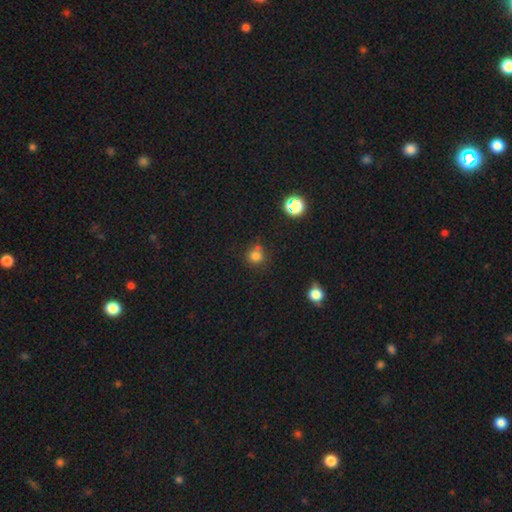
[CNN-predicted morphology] Smooth or featured? Predicted: smooth (p=0.75). How rounded? Predicted: round (p=0.87). Merging? Predicted: none (p=0.65).